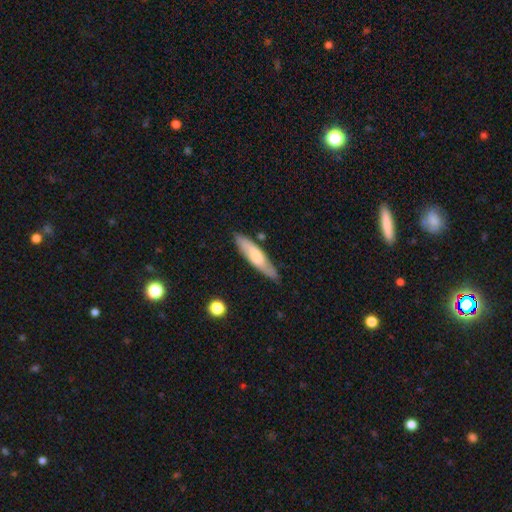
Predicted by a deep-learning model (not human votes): Smooth or featured? smooth (57%)
How rounded? cigar-shaped (73%)
Merging? none (83%)